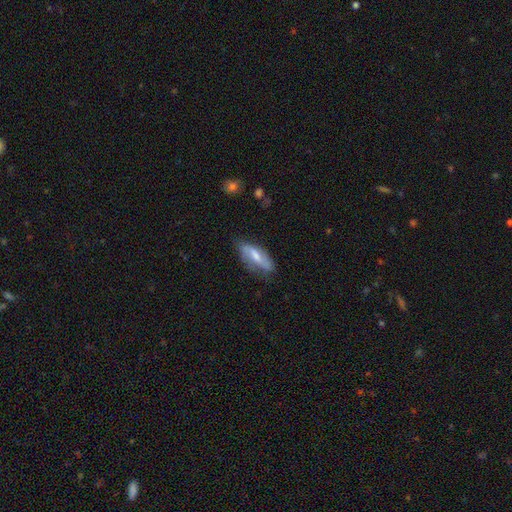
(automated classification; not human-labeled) A smooth galaxy with no disk features (47%, tied with featured or disk). Merging: none (66%).